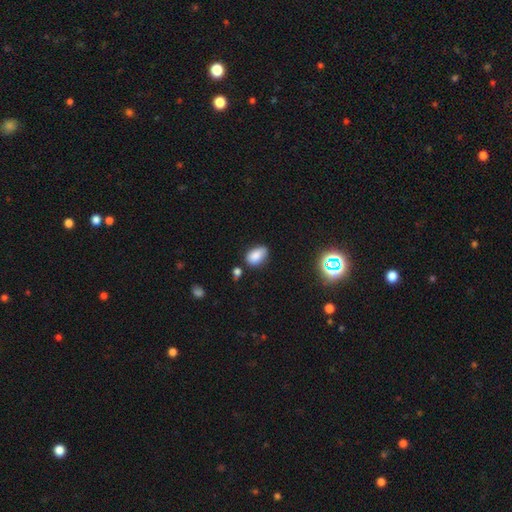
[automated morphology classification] This is clearly a smooth galaxy (81%). How rounded: clearly in between (87%). Merging: likely none (62%).